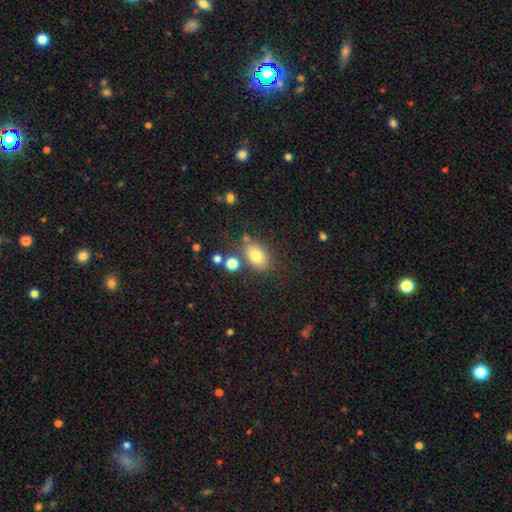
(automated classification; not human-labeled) The model was most divided on "merging": none: 73%, minor disturbance: 14%, merger: 9%, major disturbance: 5%. More confident: how rounded — in between (80%); smooth or featured — smooth (77%).